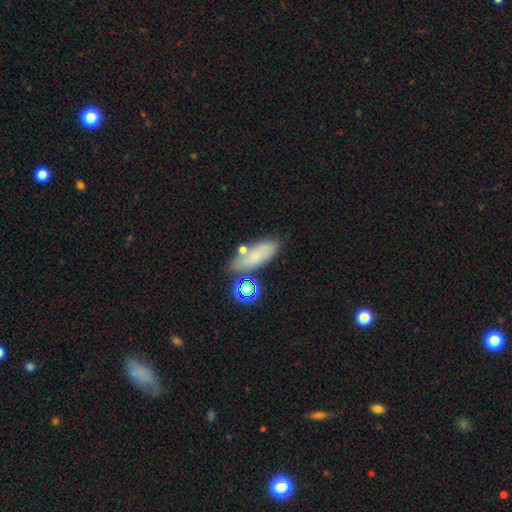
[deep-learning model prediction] smooth-or-featured: smooth: 71% | featured or disk: 15% | star or artifact: 14%
  how-rounded: in between: 66% | cigar-shaped: 28% | round: 6%
  merging: none: 64% | minor disturbance: 17% | merger: 12% | major disturbance: 6%